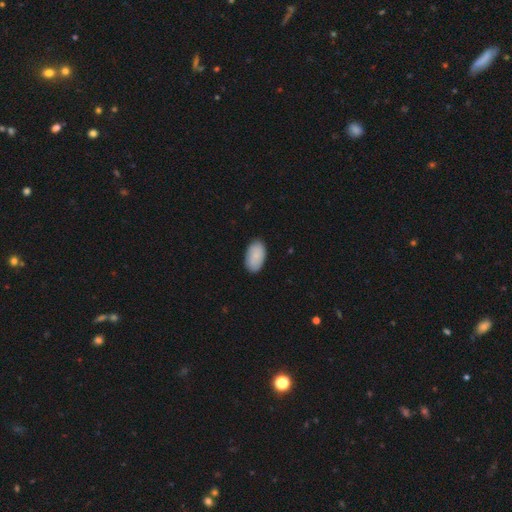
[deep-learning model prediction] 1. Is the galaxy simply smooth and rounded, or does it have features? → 85% smooth, 9% featured or disk, 6% star or artifact.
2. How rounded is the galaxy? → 95% in between, 4% round, 1% cigar-shaped.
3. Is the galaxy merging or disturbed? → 87% none, 10% minor disturbance, 2% major disturbance, 1% merger.